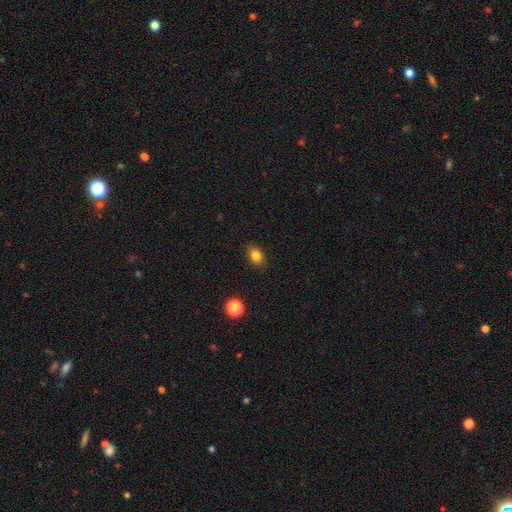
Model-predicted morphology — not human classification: smooth_or_featured: smooth (p=0.83) [alt: star or artifact p=0.11]
how_rounded: in between (p=0.68) [alt: round p=0.31]
merging: none (p=0.88) [alt: minor disturbance p=0.09]